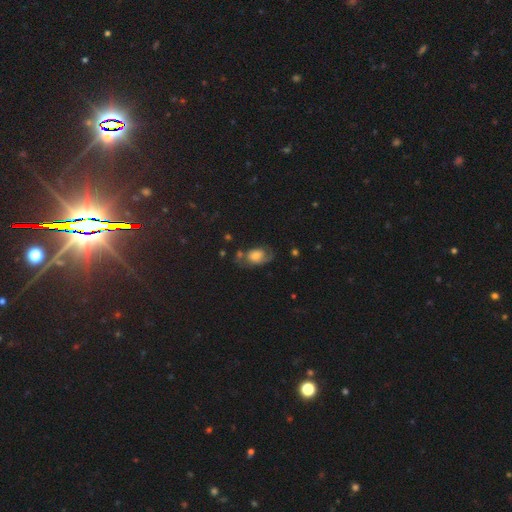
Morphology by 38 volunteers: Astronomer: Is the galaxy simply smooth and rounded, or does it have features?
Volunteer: smooth — 58% (runner-up: featured or disk, 37%).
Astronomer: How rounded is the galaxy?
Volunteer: in between — 86%.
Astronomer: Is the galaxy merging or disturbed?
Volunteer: none — 72%.